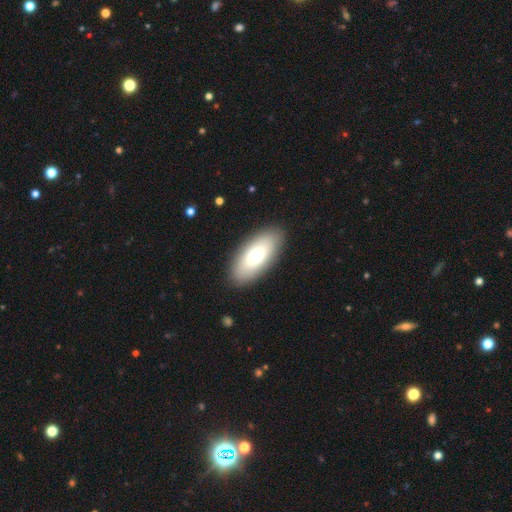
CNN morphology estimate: type=smooth (70%); roundness=in between (89%); merging=none (89%).